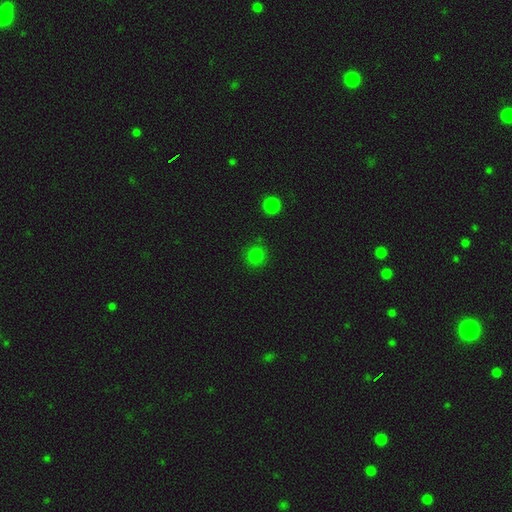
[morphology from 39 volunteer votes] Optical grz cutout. It shows a smooth galaxy with no disk features (85%) that is round (94%). Merging: none (86%).